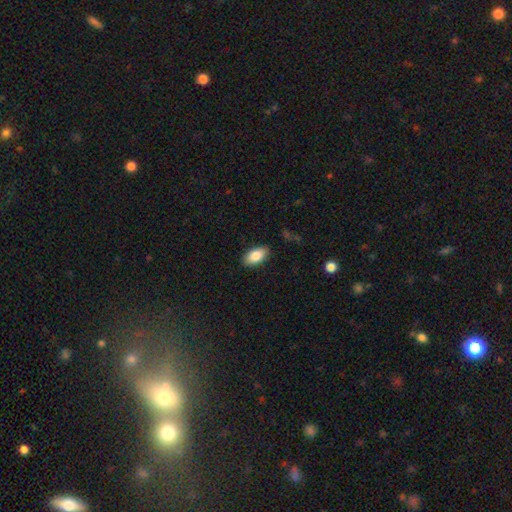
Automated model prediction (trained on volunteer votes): Morphology: type=smooth (85%); roundness=in between (93%); merging=none (88%).